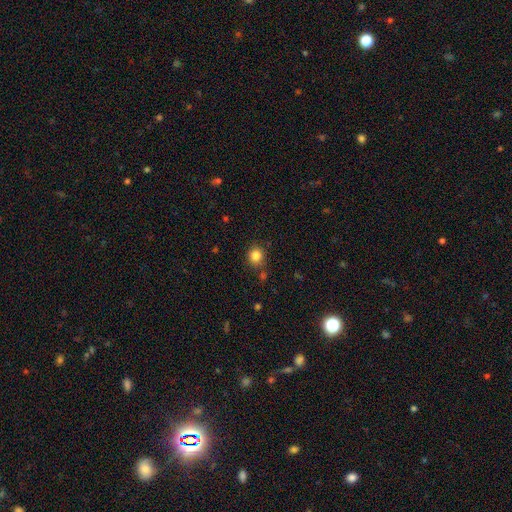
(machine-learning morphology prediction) This is clearly a smooth galaxy (84%). How rounded: clearly round (84%). Merging: likely none (80%).